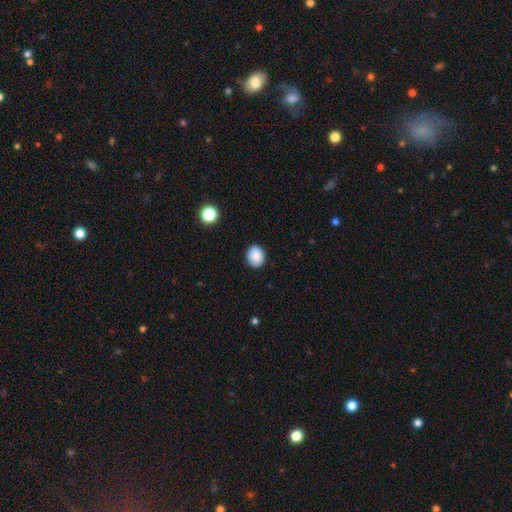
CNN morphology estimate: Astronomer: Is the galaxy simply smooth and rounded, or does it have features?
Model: smooth — 87%.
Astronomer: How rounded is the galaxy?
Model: round — 60% (runner-up: in between, 39%).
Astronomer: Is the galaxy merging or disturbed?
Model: none — 90%.